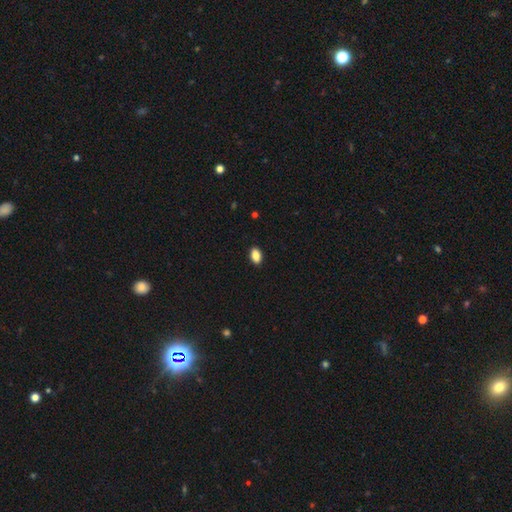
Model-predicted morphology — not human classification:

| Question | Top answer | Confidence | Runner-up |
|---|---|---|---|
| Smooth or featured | smooth | 87% | star or artifact (8%) |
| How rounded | in between | 90% | round (7%) |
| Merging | none | 90% | minor disturbance (7%) |